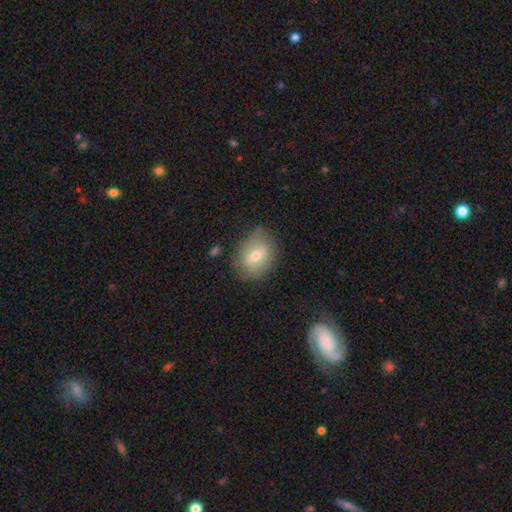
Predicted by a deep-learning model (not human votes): smooth-or-featured: smooth: 64% | featured or disk: 29% | star or artifact: 8%
  how-rounded: in between: 63% | round: 36% | cigar-shaped: 1%
  merging: none: 70% | minor disturbance: 22% | major disturbance: 6% | merger: 2%